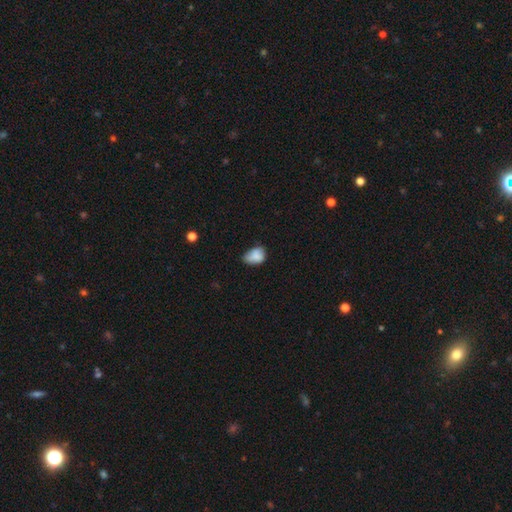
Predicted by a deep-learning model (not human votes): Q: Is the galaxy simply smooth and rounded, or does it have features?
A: smooth — 83%.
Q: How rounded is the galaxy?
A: in between — 74%.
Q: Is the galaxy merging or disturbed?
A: minor disturbance — 45%.